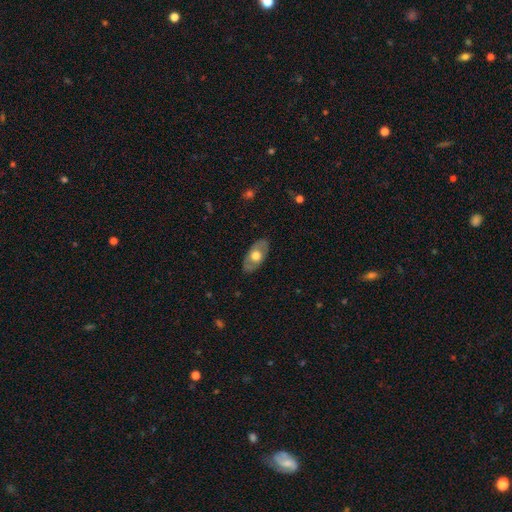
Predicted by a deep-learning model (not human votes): Smooth or featured: smooth — 50% (featured or disk — 45%)
Merging: none — 84% (minor disturbance — 12%)